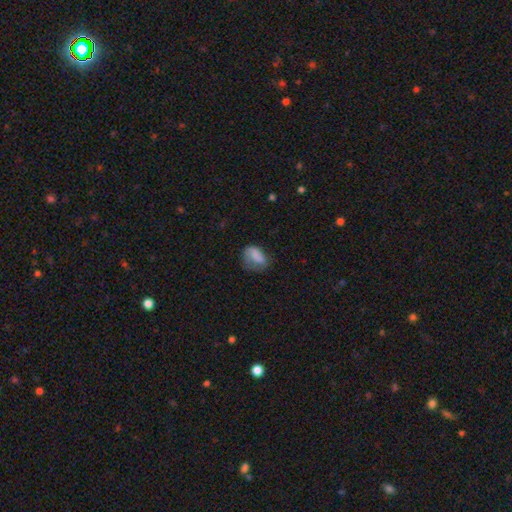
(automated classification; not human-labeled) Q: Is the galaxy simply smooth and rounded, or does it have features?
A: smooth — 74%.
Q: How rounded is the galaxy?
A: in between — 81%.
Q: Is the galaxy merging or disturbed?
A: none — 36%.